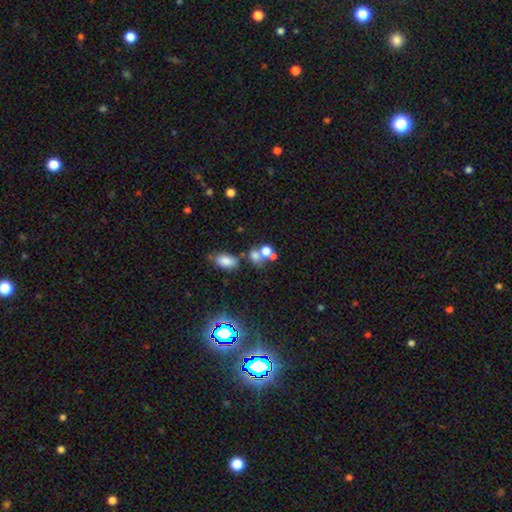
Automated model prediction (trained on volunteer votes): Q: Smooth or featured?
A: smooth (67%); runner-up: star or artifact (21%)
Q: How rounded?
A: round (58%); runner-up: in between (40%)
Q: Merging?
A: merger (44%); runner-up: none (39%)